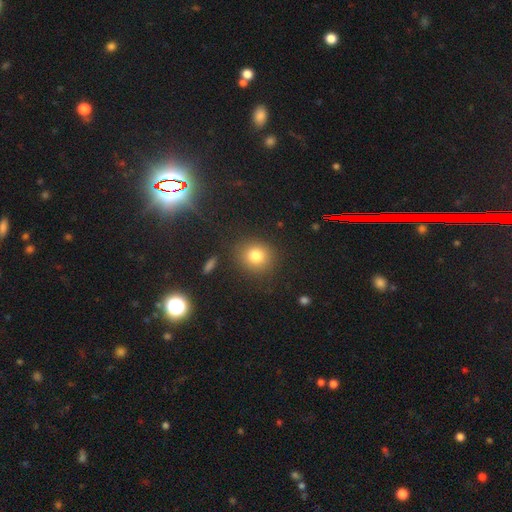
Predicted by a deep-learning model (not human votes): This appears to be a smooth galaxy with no disk features (80%) that is round (82%). Merging: none (86%).